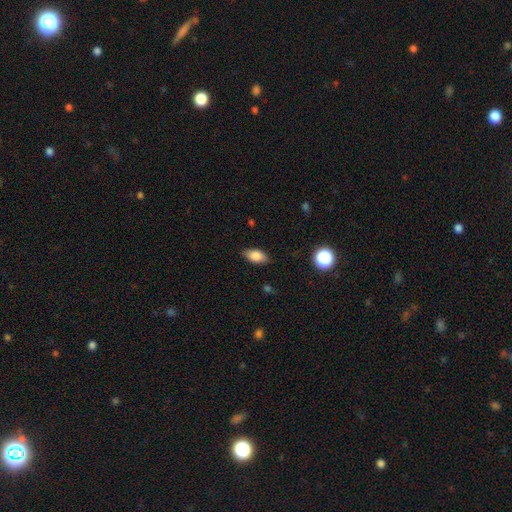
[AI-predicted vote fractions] This is clearly a smooth galaxy (81%). How rounded: clearly in between (89%). Merging: clearly none (83%).